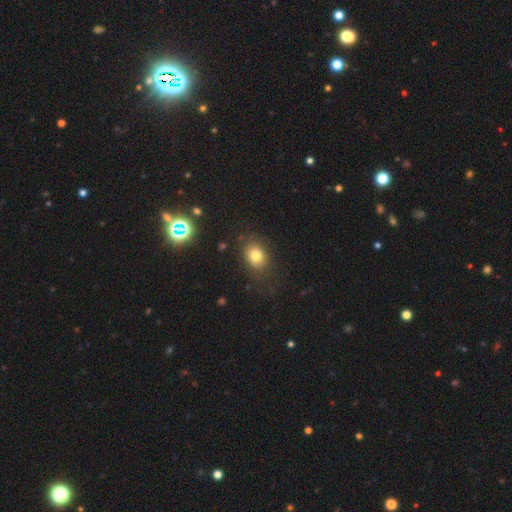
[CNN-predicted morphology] Smooth or featured: smooth — 76% (star or artifact — 13%)
How rounded: in between — 56% (round — 43%)
Merging: none — 78% (minor disturbance — 14%)